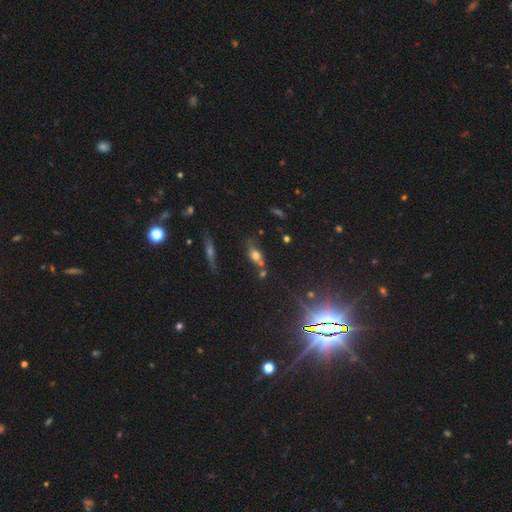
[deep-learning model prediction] Smooth or featured? smooth (60%)
How rounded? in between (58%)
Merging? none (50%)